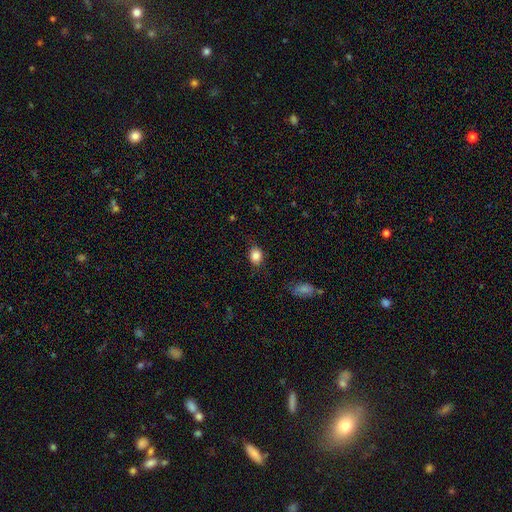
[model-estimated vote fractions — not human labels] smooth 85%, star or artifact 9%, featured or disk 6%. Down the decision tree: how rounded — in between (56%); merging — none (78%).